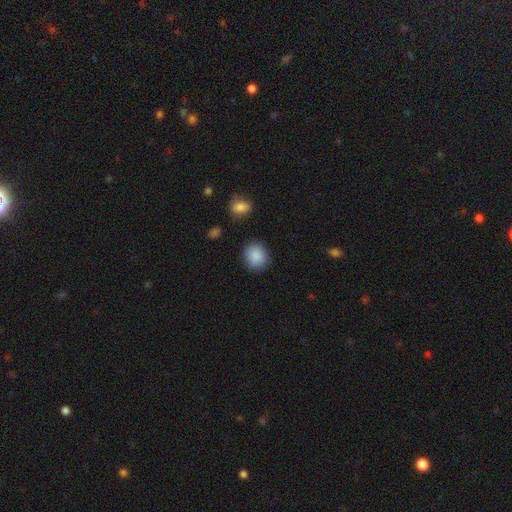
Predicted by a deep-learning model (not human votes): Q: Smooth or featured?
A: smooth (89%); runner-up: star or artifact (8%)
Q: How rounded?
A: round (77%); runner-up: in between (22%)
Q: Merging?
A: none (86%); runner-up: minor disturbance (9%)